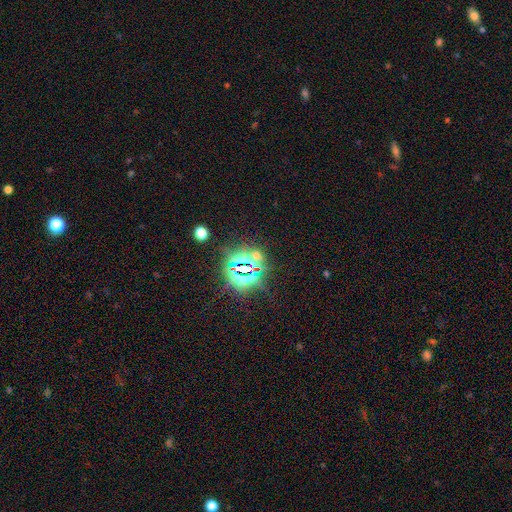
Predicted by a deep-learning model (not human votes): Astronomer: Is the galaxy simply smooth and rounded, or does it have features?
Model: star or artifact — 79%.